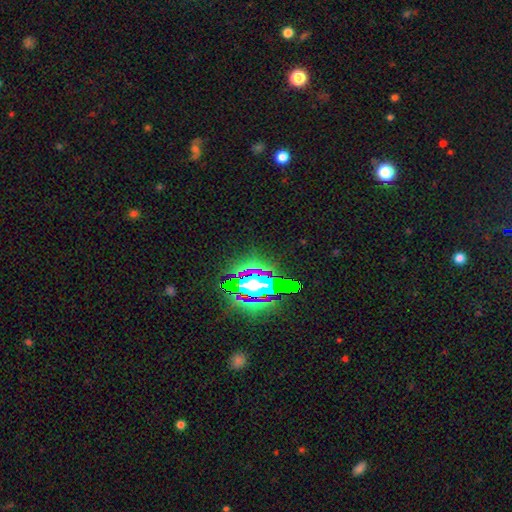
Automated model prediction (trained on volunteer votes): The model was most divided on "smooth or featured": star or artifact: 83%, smooth: 9%, featured or disk: 8%.